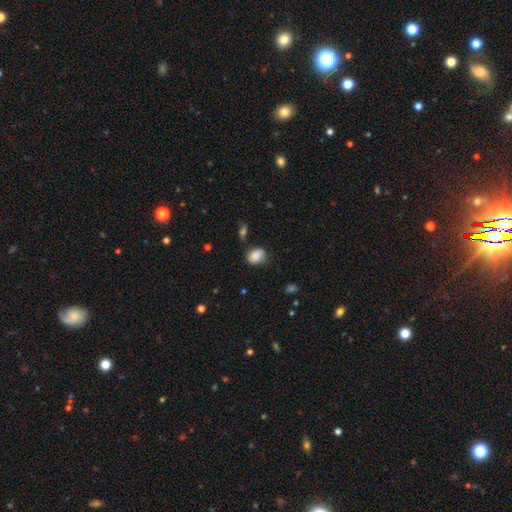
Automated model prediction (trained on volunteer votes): Q: Smooth or featured?
A: smooth (77%); runner-up: featured or disk (14%)
Q: How rounded?
A: round (50%); runner-up: in between (49%)
Q: Merging?
A: none (57%); runner-up: minor disturbance (30%)